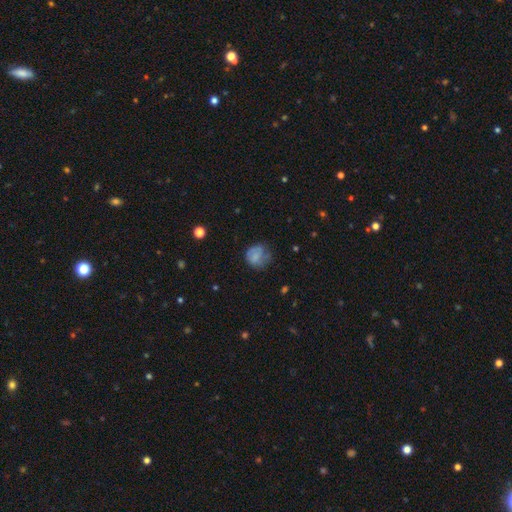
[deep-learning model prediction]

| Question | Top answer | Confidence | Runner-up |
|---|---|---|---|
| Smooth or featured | smooth | 70% | featured or disk (20%) |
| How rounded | round | 77% | in between (22%) |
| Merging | none | 51% | minor disturbance (30%) |